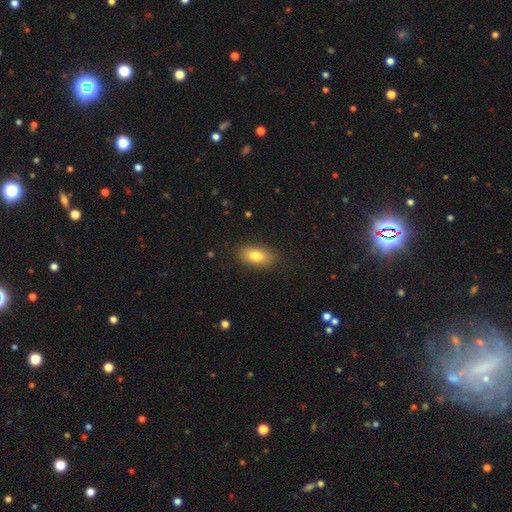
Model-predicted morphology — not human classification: Smooth or featured?
  - smooth: 80% *
  - featured or disk: 12%
  - star or artifact: 8%
How rounded?
  - in between: 89% *
  - round: 7%
  - cigar-shaped: 5%
Merging?
  - none: 85% *
  - minor disturbance: 11%
  - major disturbance: 3%
  - merger: 1%